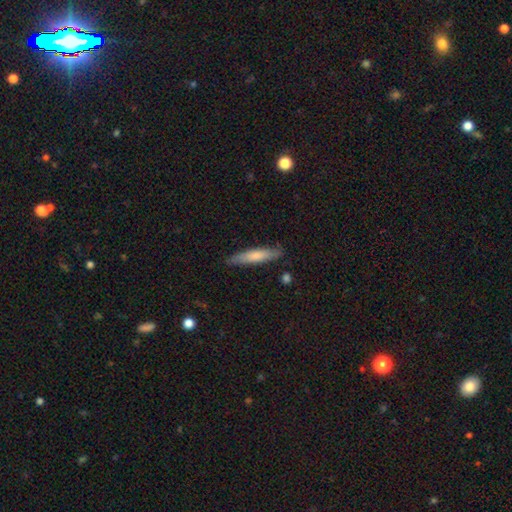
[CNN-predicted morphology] Smooth or featured: smooth — 69% (featured or disk — 25%)
How rounded: cigar-shaped — 85% (in between — 13%)
Merging: none — 85% (minor disturbance — 11%)